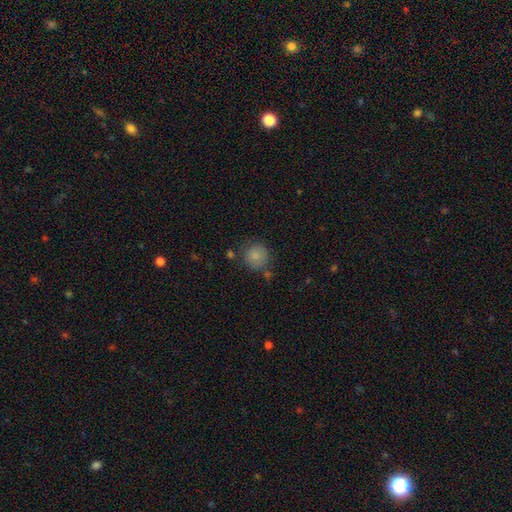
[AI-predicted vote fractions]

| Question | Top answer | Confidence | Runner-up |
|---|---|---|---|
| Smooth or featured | smooth | 83% | star or artifact (10%) |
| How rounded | round | 91% | in between (8%) |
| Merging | none | 72% | minor disturbance (16%) |